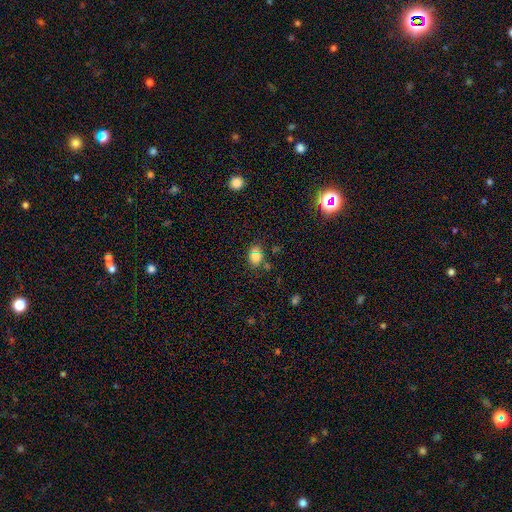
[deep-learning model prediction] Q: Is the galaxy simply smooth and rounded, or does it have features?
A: smooth — 76%.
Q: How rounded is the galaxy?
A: in between — 57%.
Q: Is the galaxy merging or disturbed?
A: none — 70%.